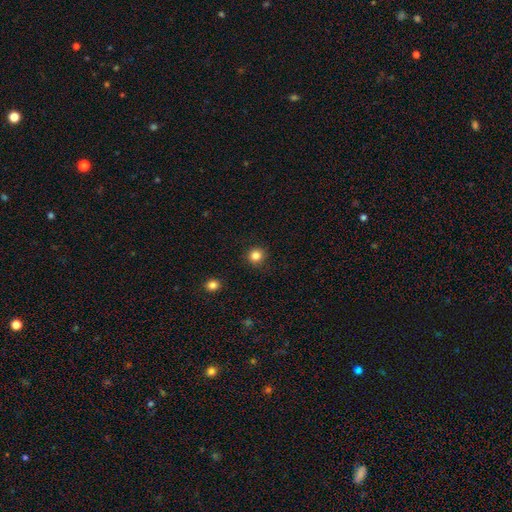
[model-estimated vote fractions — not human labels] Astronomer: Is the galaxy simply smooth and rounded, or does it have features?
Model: smooth — 84%.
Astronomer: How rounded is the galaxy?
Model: round — 93%.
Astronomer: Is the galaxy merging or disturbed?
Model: none — 89%.